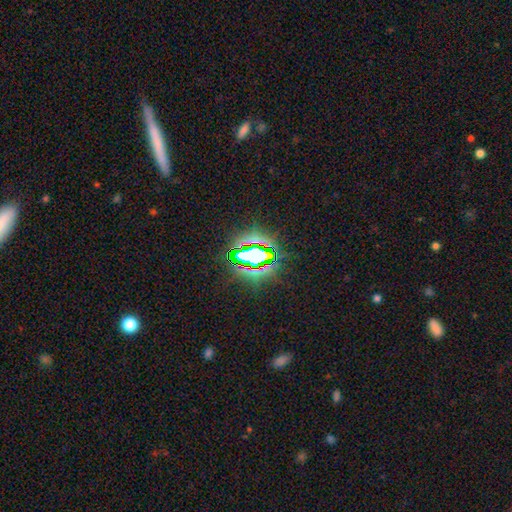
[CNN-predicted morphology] The model was most divided on "smooth or featured": star or artifact: 70%, smooth: 19%, featured or disk: 11%.